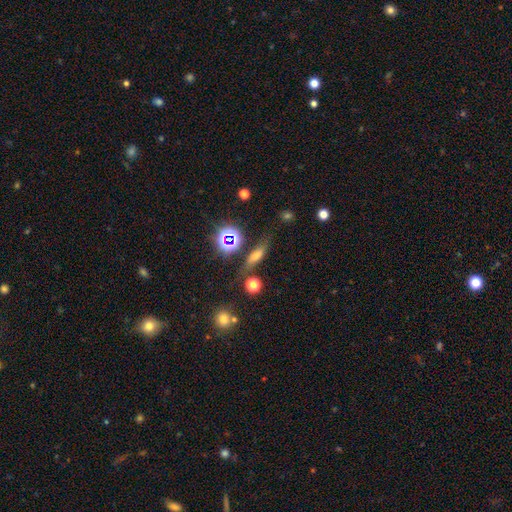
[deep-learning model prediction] smooth-or-featured: smooth: 49% | featured or disk: 25% | star or artifact: 25%
  merging: none: 72% | minor disturbance: 16% | major disturbance: 6% | merger: 6%